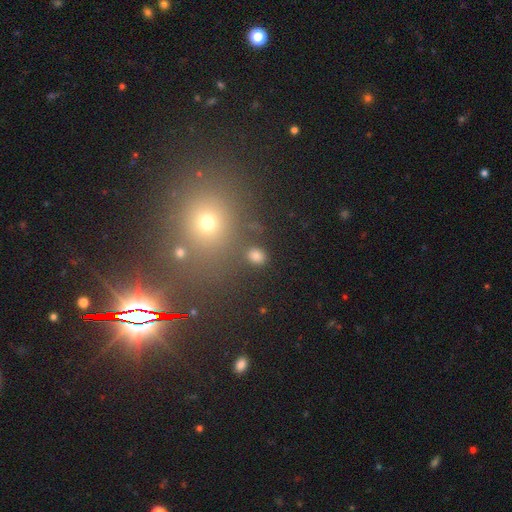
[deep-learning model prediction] The model was most divided on "how rounded": round: 59%, in between: 39%, cigar-shaped: 2%. More confident: merging — none (82%); smooth or featured — smooth (76%).